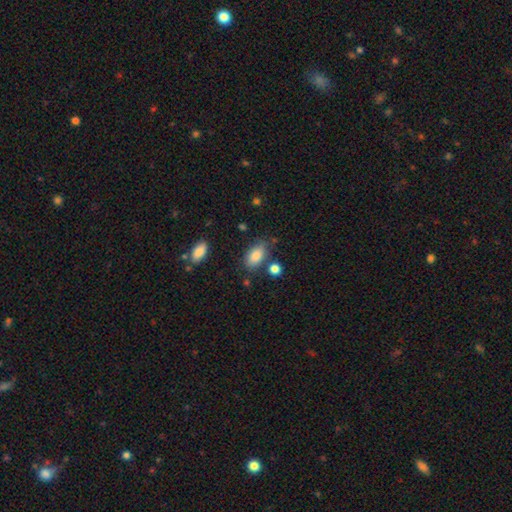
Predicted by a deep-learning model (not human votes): This is clearly a smooth galaxy (84%). How rounded: clearly in between (91%). Merging: likely none (72%).